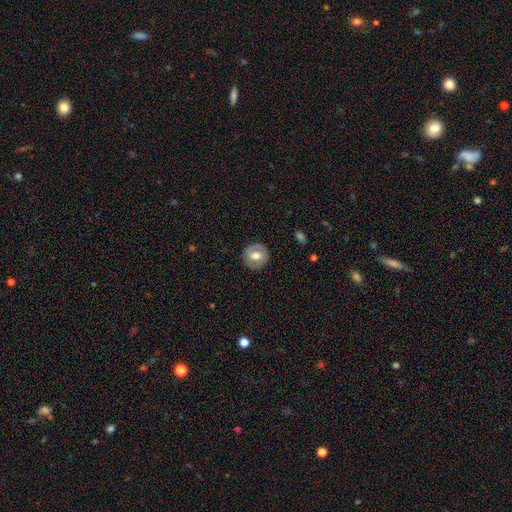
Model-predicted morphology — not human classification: Smooth or featured: smooth — 51% (featured or disk — 42%)
How rounded: round — 87% (in between — 12%)
Merging: none — 87% (minor disturbance — 9%)